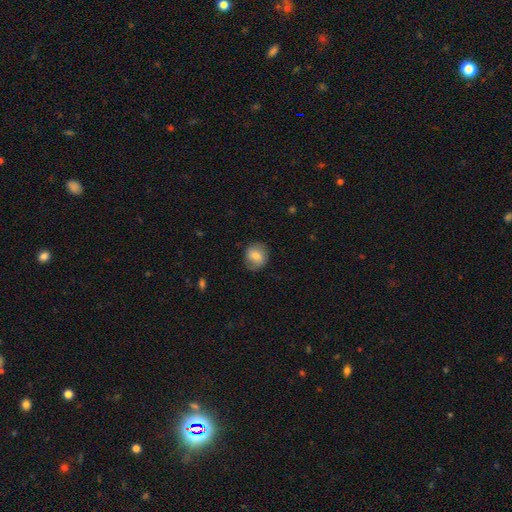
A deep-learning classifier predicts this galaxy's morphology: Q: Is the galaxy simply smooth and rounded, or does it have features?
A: smooth — 68%.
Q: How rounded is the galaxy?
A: round — 71%.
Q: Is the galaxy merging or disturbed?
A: none — 75%.